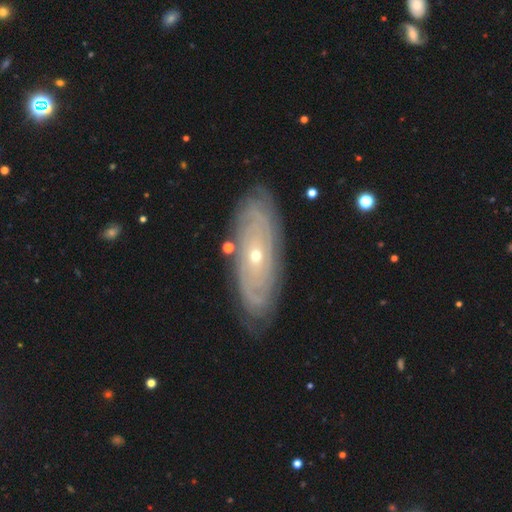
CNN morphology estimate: smooth_or_featured: featured or disk (p=0.80) [alt: smooth p=0.13]
disk_edge_on: no (p=0.86) [alt: yes p=0.14]
bar: no (p=0.84) [alt: weak p=0.13]
has_spiral_arms: yes (p=0.87) [alt: no p=0.13]
spiral_winding: tight (p=0.82) [alt: medium p=0.13]
spiral_arm_count: can't tell (p=0.58) [alt: 2 p=0.12]
bulge_size: small (p=0.71) [alt: moderate p=0.26]
merging: none (p=0.85) [alt: minor disturbance p=0.11]